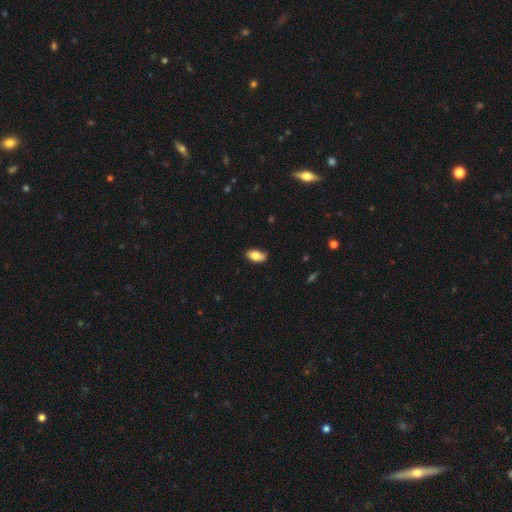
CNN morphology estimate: Smooth or featured? smooth (82%)
How rounded? in between (91%)
Merging? none (85%)